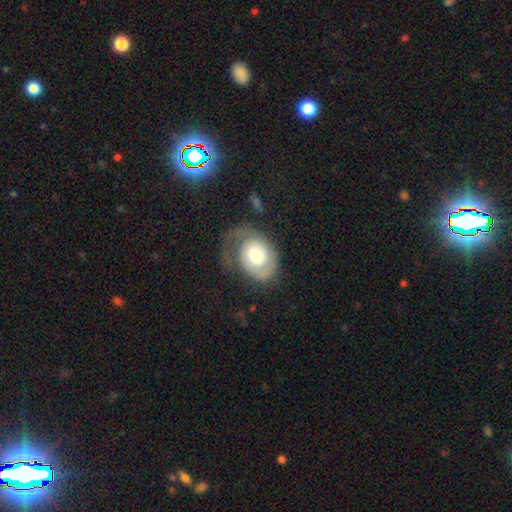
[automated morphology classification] A featured or disk galaxy (67%) with no bar (77%), 1 (50%) tight (49%) spiral arms (86%) and a moderate central bulge (52%).

Vote fractions:
- Smooth or featured? featured or disk: 67% / smooth: 28% / star or artifact: 6%
- Edge-on disk? no: 97% / yes: 3%
- Bar? no: 77% / weak: 19% / strong: 3%
- Spiral arms? yes: 86% / no: 14%
- Spiral winding? tight: 49% / medium: 32% / loose: 19%
- Spiral arm count? 1: 50% / 2: 34% / can't tell: 12% / 3: 2% / 4: 1% / more than 4: 1%
- Bulge size? moderate: 52% / large: 28% / small: 14% / dominant: 4% / none: 2%
- Merging? none: 42% / major disturbance: 32% / minor disturbance: 24% / merger: 2%